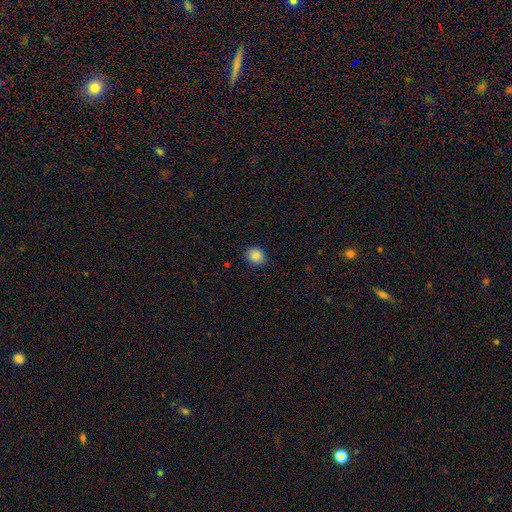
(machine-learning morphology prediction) Smooth or featured? Predicted: smooth (p=0.87). How rounded? Predicted: round (p=0.68). Merging? Predicted: none (p=0.88).